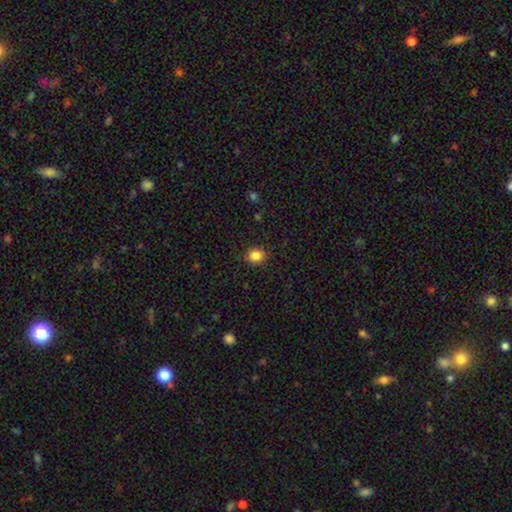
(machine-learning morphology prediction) smooth 85%, star or artifact 11%, featured or disk 4%. Down the decision tree: how rounded — round (81%); merging — none (88%).